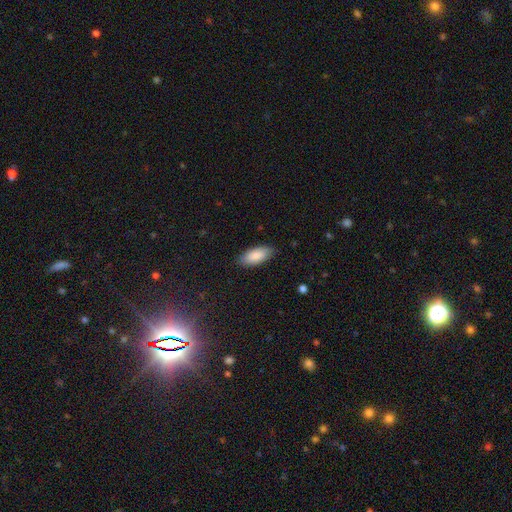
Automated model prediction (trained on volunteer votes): Overall: smooth (88%). How rounded: in between (86%). Merging: none (84%).